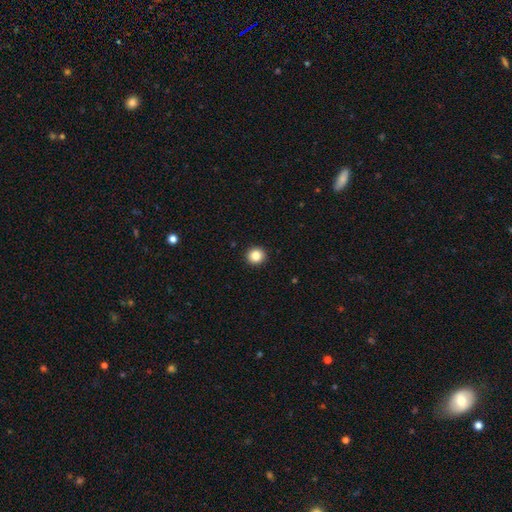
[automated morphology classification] smooth 85%, star or artifact 10%, featured or disk 5%. Down the decision tree: how rounded — round (92%); merging — none (93%).